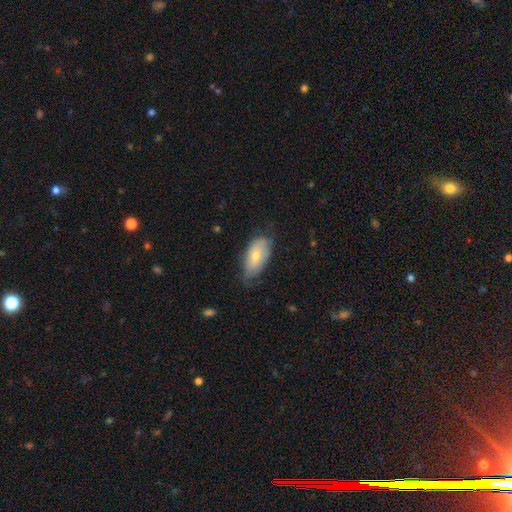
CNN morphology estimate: smooth_or_featured: smooth (p=0.63) [alt: featured or disk p=0.30]
how_rounded: in between (p=0.91) [alt: cigar-shaped p=0.05]
merging: none (p=0.63) [alt: minor disturbance p=0.29]